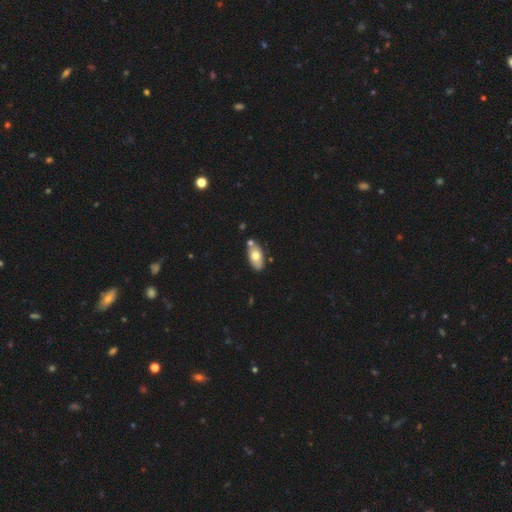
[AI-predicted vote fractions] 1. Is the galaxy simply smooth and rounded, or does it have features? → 68% smooth, 26% featured or disk, 7% star or artifact.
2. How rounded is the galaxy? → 91% in between, 5% cigar-shaped, 4% round.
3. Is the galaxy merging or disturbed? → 69% none, 15% merger, 13% minor disturbance, 3% major disturbance.